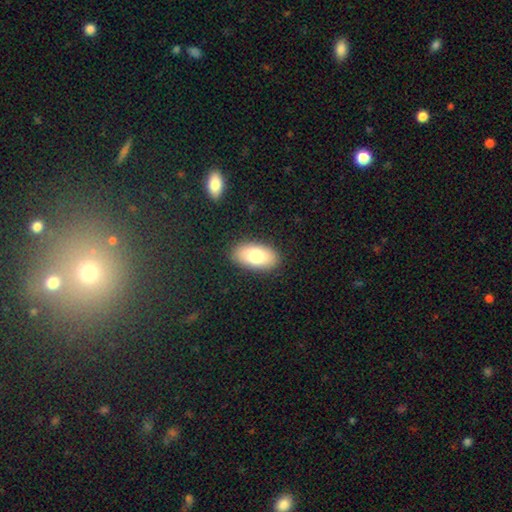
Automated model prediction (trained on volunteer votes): Smooth or featured? Predicted: smooth (p=0.80). How rounded? Predicted: in between (p=0.94). Merging? Predicted: none (p=0.88).